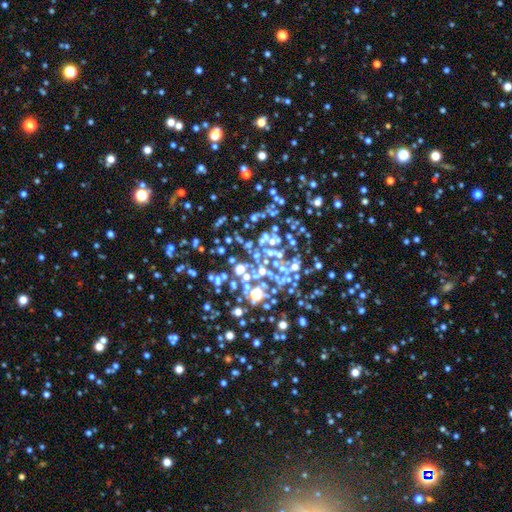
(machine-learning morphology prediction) The model was most divided on "smooth or featured": star or artifact: 71%, smooth: 16%, featured or disk: 13%.